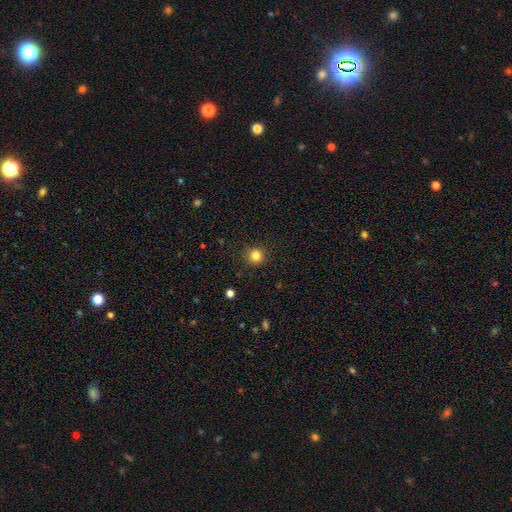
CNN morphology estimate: smooth_or_featured: smooth (p=0.83) [alt: star or artifact p=0.12]
how_rounded: round (p=0.93) [alt: in between p=0.06]
merging: none (p=0.90) [alt: minor disturbance p=0.06]